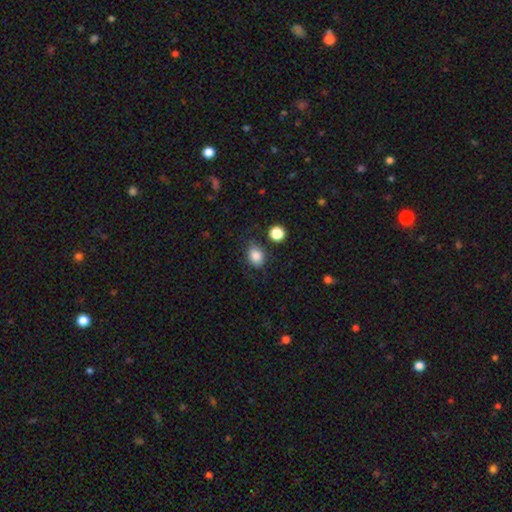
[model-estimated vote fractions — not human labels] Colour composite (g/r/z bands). It shows a smooth galaxy with no disk features (85%) that is in between round and cigar-shaped (60%). Merging: none (73%).